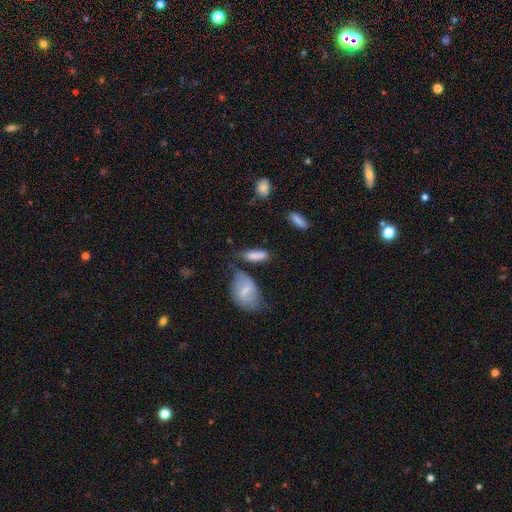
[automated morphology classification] Smooth or featured: smooth — 74% (featured or disk — 18%)
How rounded: in between — 63% (cigar-shaped — 33%)
Merging: none — 54% (minor disturbance — 23%)